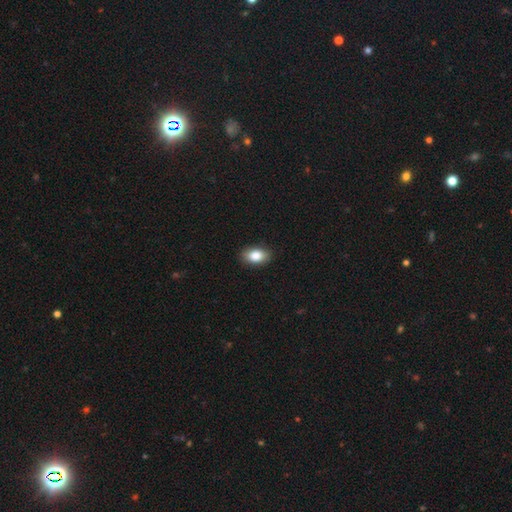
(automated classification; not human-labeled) smooth_or_featured: smooth (p=0.86) [alt: star or artifact p=0.07]
how_rounded: in between (p=0.88) [alt: round p=0.10]
merging: none (p=0.87) [alt: minor disturbance p=0.10]